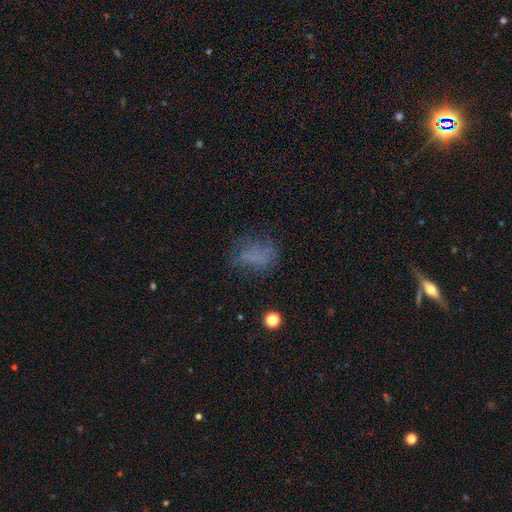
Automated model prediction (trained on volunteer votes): Smooth or featured?
  - smooth: 53% *
  - featured or disk: 25%
  - star or artifact: 22%
How rounded?
  - in between: 66% *
  - round: 30%
  - cigar-shaped: 4%
Merging?
  - none: 52% *
  - major disturbance: 23%
  - minor disturbance: 21%
  - merger: 3%